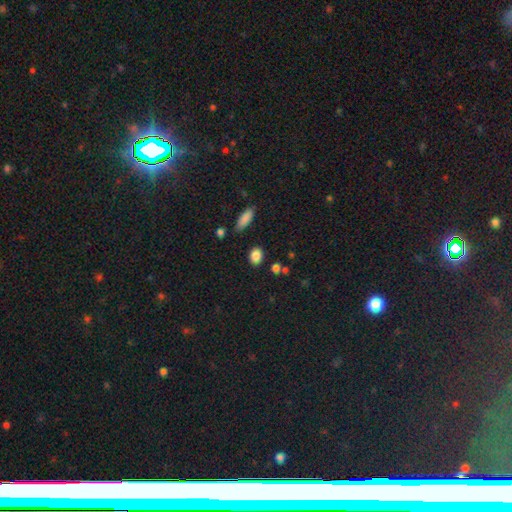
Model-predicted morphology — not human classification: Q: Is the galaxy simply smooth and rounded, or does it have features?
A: smooth — 86%.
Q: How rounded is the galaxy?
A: in between — 62%.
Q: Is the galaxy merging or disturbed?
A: none — 83%.